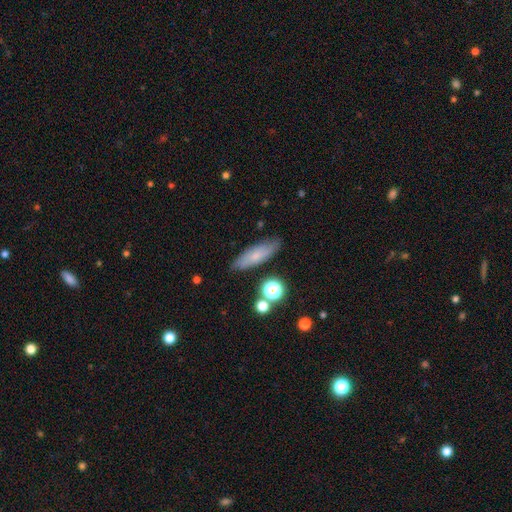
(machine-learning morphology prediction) type=smooth (65%); roundness=cigar-shaped (51%); merging=none (79%).